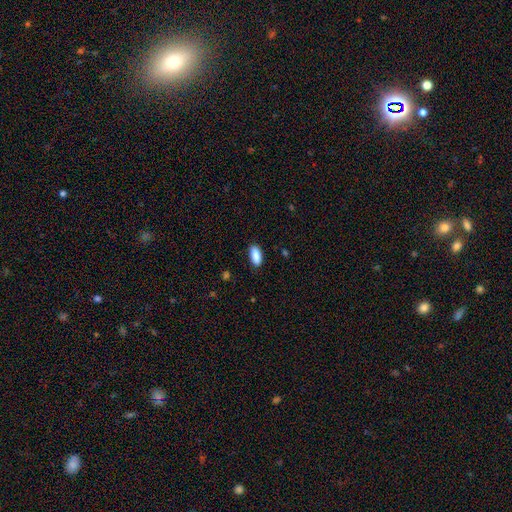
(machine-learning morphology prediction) Smooth or featured: smooth — 89% (star or artifact — 7%)
How rounded: in between — 88% (cigar-shaped — 10%)
Merging: none — 87% (minor disturbance — 10%)